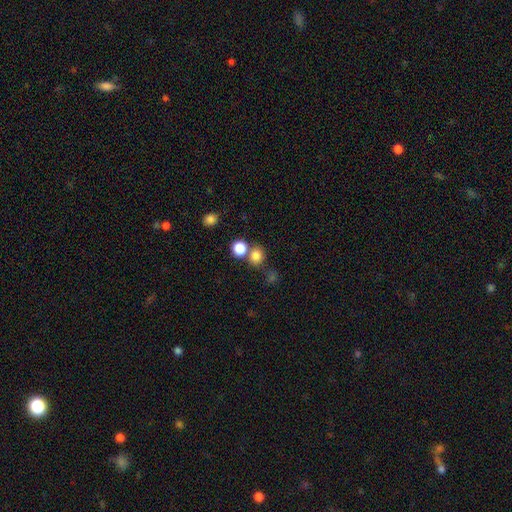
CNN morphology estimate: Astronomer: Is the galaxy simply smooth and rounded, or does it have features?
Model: smooth — 80%.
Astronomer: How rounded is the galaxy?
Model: round — 83%.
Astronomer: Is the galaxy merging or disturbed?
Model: none — 60%.